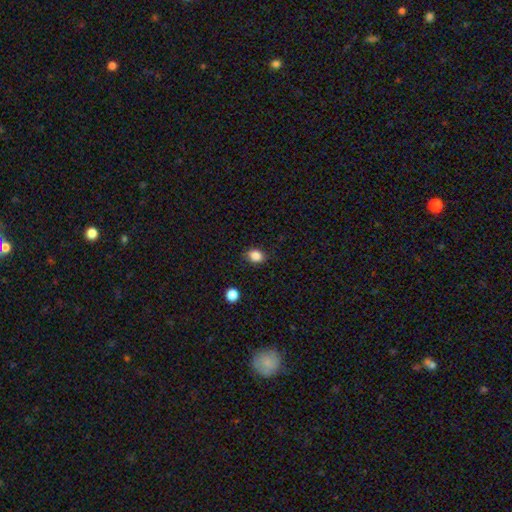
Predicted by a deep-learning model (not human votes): smooth_or_featured: smooth (p=0.85) [alt: star or artifact p=0.10]
how_rounded: in between (p=0.54) [alt: round p=0.45]
merging: none (p=0.78) [alt: minor disturbance p=0.17]